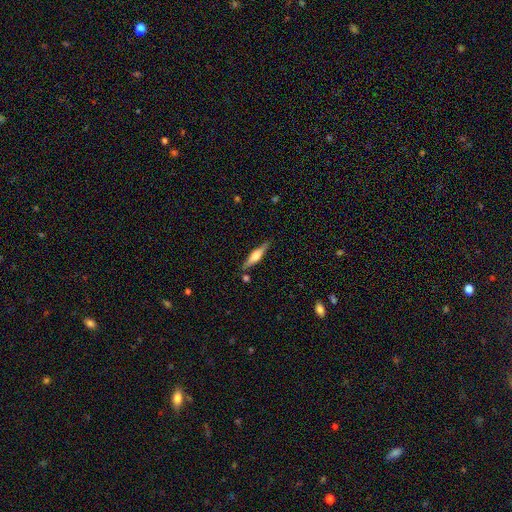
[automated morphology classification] smooth-or-featured: featured or disk: 63% | smooth: 31% | star or artifact: 6%
  disk-edge-on: yes: 97% | no: 3%
    edge-on-bulge: rounded: 79% | boxy: 17% | none: 4%
  merging: none: 84% | minor disturbance: 10% | merger: 3% | major disturbance: 2%